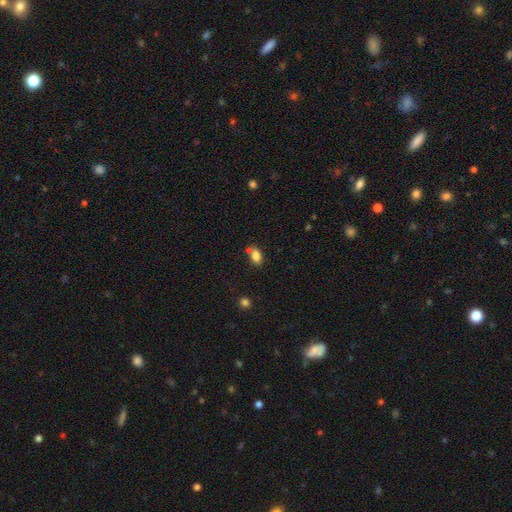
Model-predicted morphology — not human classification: smooth_or_featured: smooth (p=0.82) [alt: star or artifact p=0.10]
how_rounded: in between (p=0.82) [alt: round p=0.15]
merging: none (p=0.61) [alt: merger p=0.17]